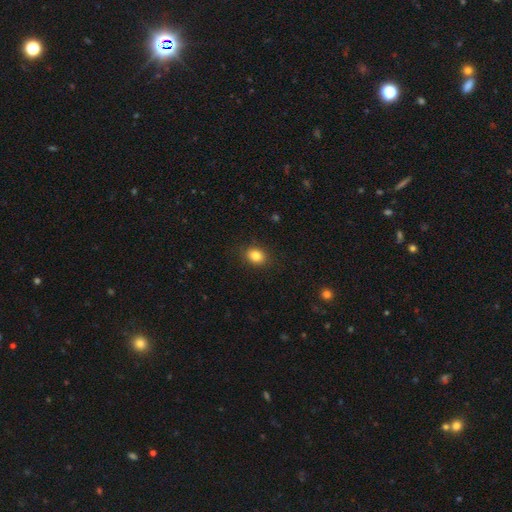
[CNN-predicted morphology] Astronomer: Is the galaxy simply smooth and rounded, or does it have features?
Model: smooth — 85%.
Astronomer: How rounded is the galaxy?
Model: in between — 55% (runner-up: round, 44%).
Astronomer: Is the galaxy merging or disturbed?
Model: none — 88%.